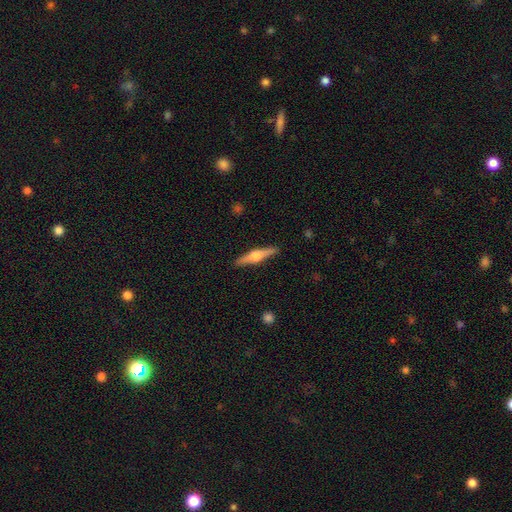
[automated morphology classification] Smooth or featured: featured or disk — 68% (smooth — 26%)
Edge-on disk: yes — 98% (no — 2%)
Edge-on bulge: rounded — 94% (boxy — 4%)
Merging: none — 91% (minor disturbance — 7%)